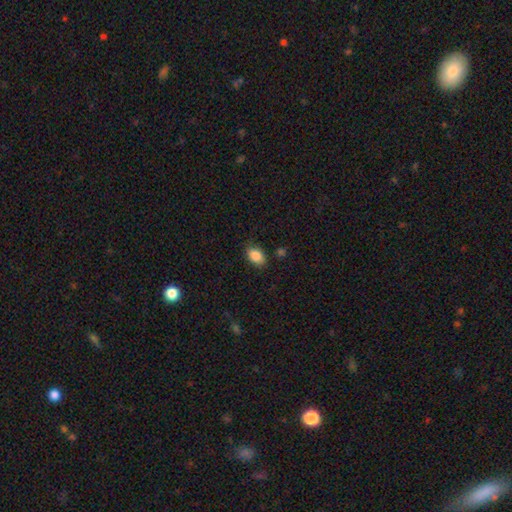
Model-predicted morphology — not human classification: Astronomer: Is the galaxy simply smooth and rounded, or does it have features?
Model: smooth — 87%.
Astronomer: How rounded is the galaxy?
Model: in between — 86%.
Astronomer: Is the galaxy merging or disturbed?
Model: none — 82%.